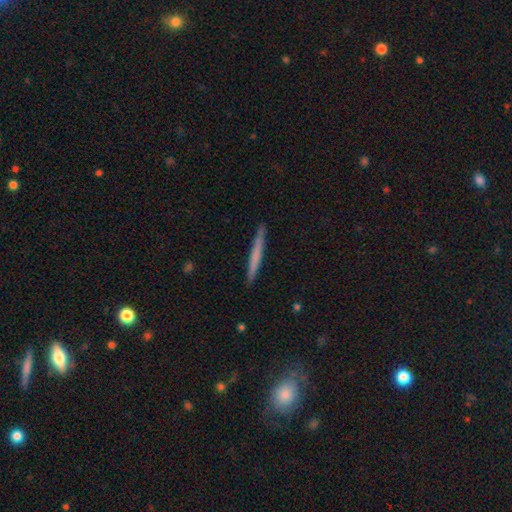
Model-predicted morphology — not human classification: Smooth or featured?
  - smooth: 59% *
  - featured or disk: 36%
  - star or artifact: 5%
How rounded?
  - cigar-shaped: 97% *
  - in between: 2%
  - round: 1%
Merging?
  - none: 91% *
  - minor disturbance: 6%
  - major disturbance: 1%
  - merger: 1%